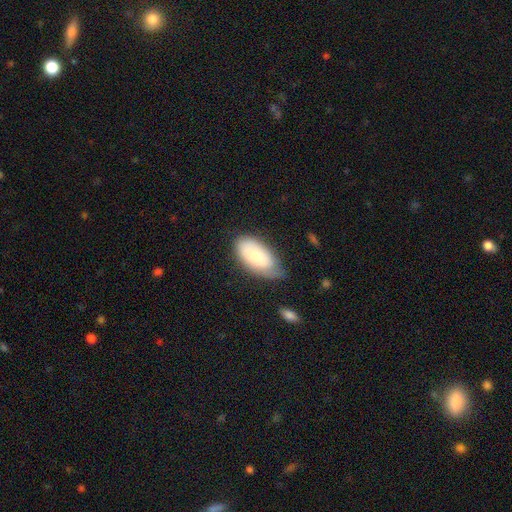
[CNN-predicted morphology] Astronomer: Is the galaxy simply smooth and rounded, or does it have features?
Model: smooth — 78%.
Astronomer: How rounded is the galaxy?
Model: in between — 94%.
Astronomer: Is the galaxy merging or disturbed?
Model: none — 52% (runner-up: minor disturbance, 35%).